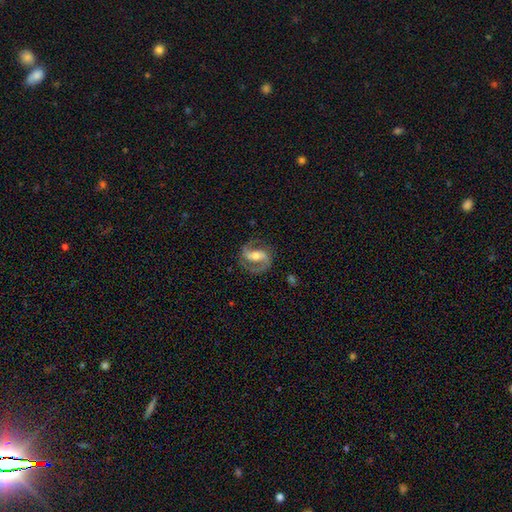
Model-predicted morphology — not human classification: A featured or disk galaxy (88%) with a strong bar (40%), 2 (91%) medium (56%) spiral arms (97%) and a moderate central bulge (59%). Merging: none (78%).